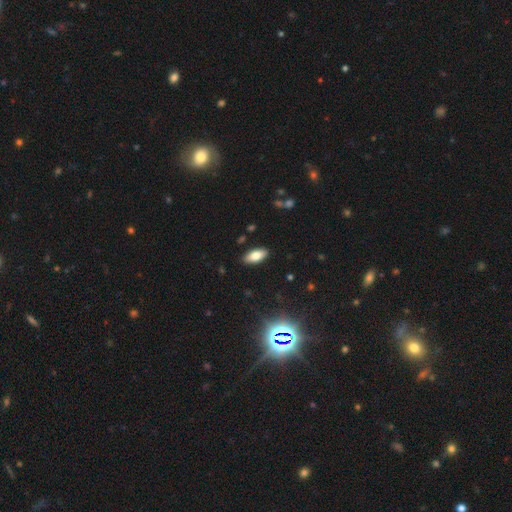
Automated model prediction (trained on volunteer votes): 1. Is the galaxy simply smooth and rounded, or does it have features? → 79% smooth, 13% featured or disk, 8% star or artifact.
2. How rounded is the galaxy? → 87% in between, 10% cigar-shaped, 2% round.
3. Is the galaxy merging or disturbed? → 89% none, 8% minor disturbance, 2% major disturbance, 1% merger.